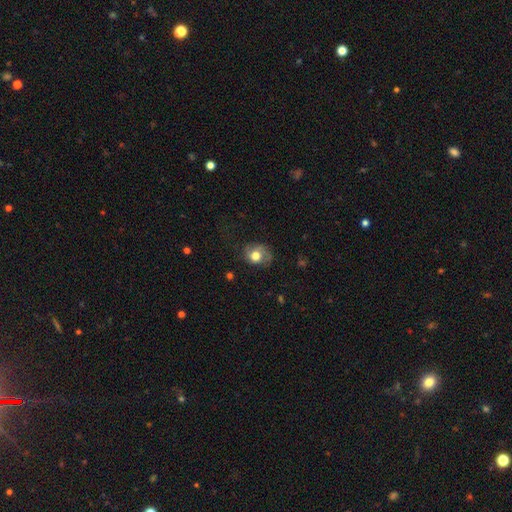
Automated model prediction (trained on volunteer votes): Overall: smooth (61%; featured or disk 30%). How rounded: round (56%; in between 43%). Merging: none (52%; minor disturbance 28%).